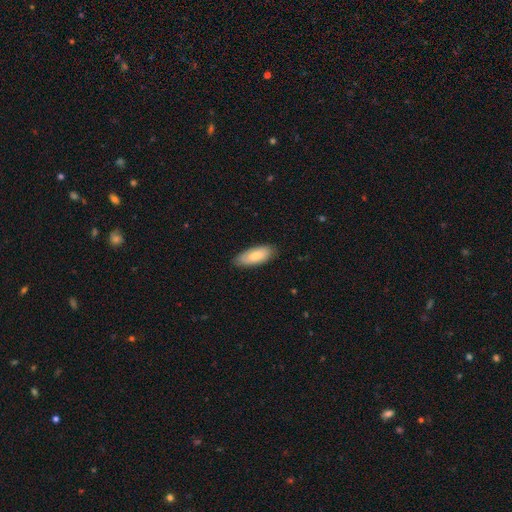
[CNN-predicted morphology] smooth_or_featured: smooth (p=0.79) [alt: featured or disk p=0.16]
how_rounded: in between (p=0.80) [alt: cigar-shaped p=0.18]
merging: none (p=0.83) [alt: minor disturbance p=0.13]